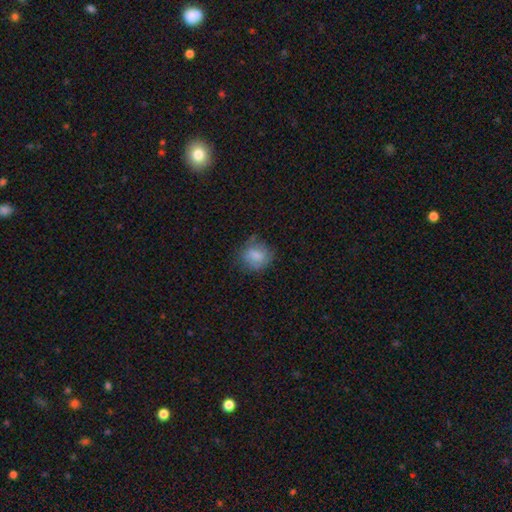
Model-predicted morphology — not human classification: A smooth galaxy with no disk features (78%) that is round (64%).

Vote fractions:
- Smooth or featured? smooth: 78% / featured or disk: 13% / star or artifact: 9%
- How rounded? round: 64% / in between: 35% / cigar-shaped: 1%
- Merging? none: 65% / minor disturbance: 24% / major disturbance: 9% / merger: 2%